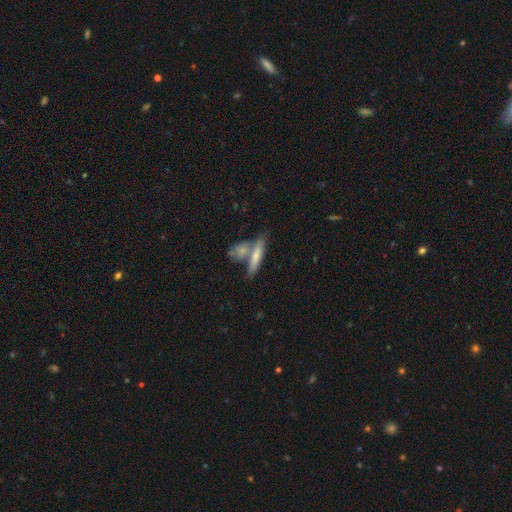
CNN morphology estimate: This is possibly a smooth galaxy (59%). How rounded: likely cigar-shaped (70%). Merging: possibly none (47%).